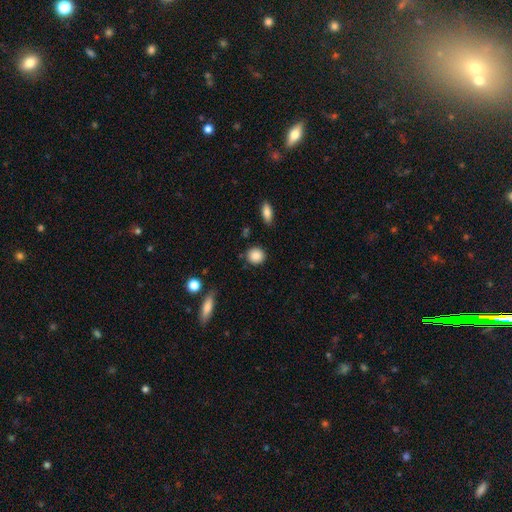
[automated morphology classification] This is clearly a smooth galaxy (88%). How rounded: clearly round (87%). Merging: clearly none (87%).